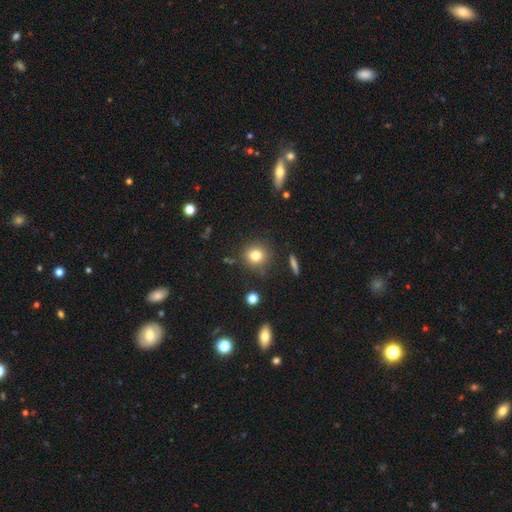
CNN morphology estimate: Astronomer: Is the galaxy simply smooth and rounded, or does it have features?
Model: smooth — 79%.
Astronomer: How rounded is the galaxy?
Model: round — 87%.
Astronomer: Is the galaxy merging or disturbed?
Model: none — 85%.